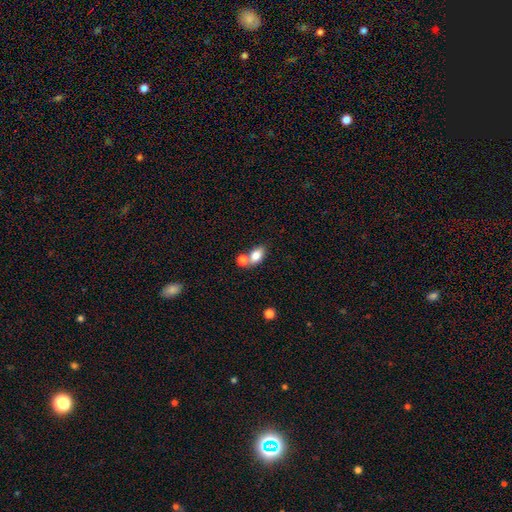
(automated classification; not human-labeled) Overall: smooth (80%). How rounded: in between (85%). Merging: none (46%; merger 40%).